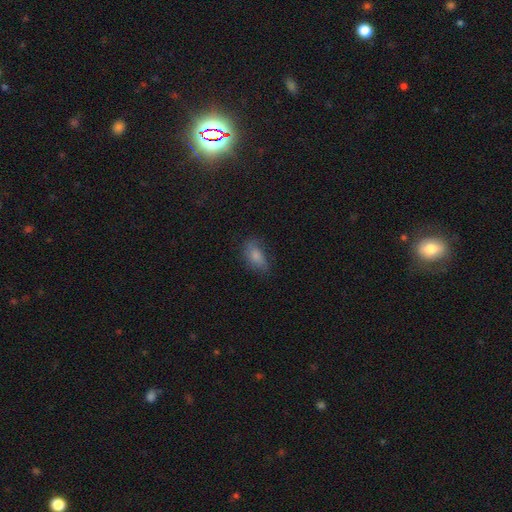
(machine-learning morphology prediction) Smooth or featured? smooth (76%)
How rounded? in between (87%)
Merging? none (62%)